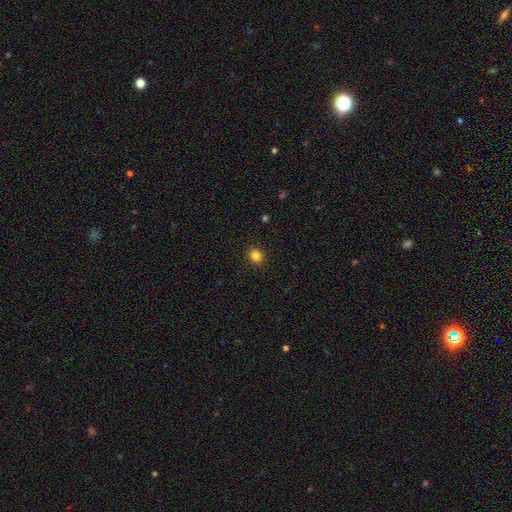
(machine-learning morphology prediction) smooth_or_featured: smooth (p=0.84) [alt: star or artifact p=0.12]
how_rounded: round (p=0.84) [alt: in between p=0.15]
merging: none (p=0.92) [alt: minor disturbance p=0.06]